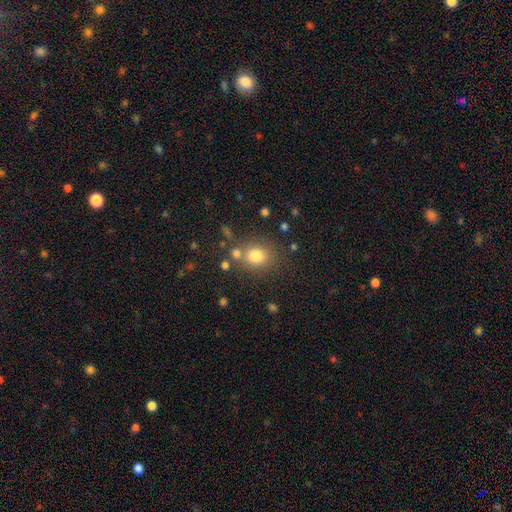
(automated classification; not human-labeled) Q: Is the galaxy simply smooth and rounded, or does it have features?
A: smooth — 77%.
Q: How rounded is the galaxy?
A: round — 73%.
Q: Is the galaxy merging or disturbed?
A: none — 71%.